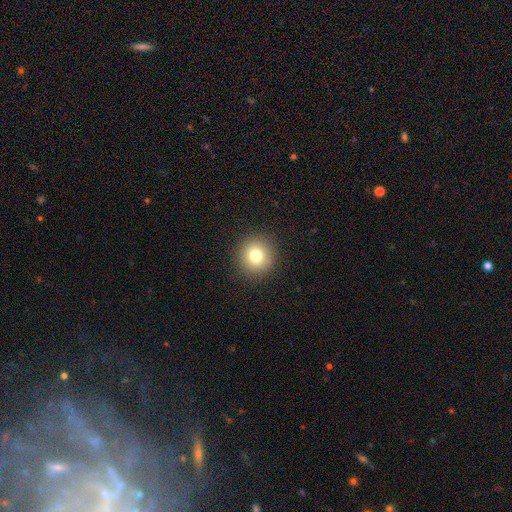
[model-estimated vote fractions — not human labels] smooth 79%, star or artifact 12%, featured or disk 9%. Down the decision tree: how rounded — round (93%); merging — none (91%).